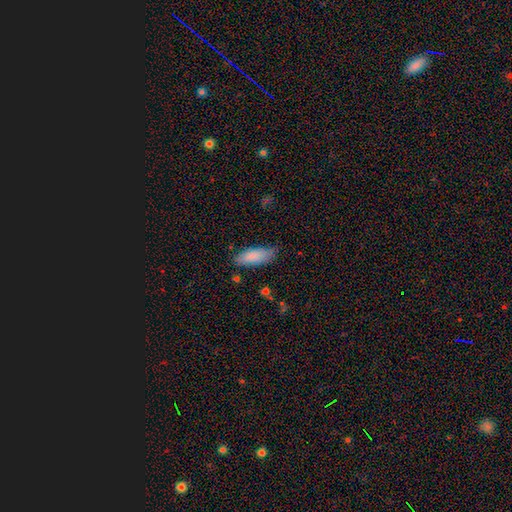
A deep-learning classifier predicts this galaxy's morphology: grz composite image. It shows a smooth galaxy with no disk features (85%) that is in between round and cigar-shaped (75%). Merging: none (73%).